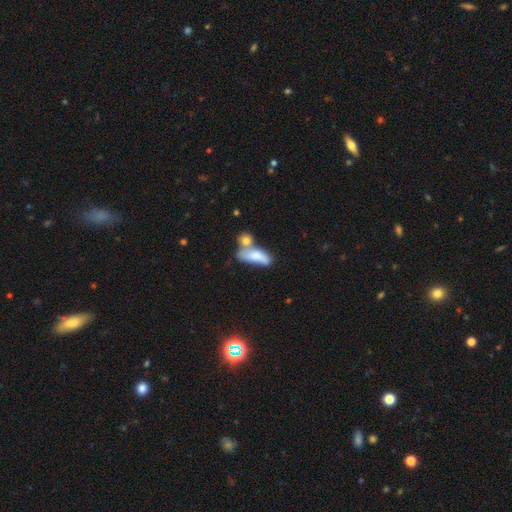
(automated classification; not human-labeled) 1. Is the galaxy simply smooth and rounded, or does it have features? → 72% smooth, 21% featured or disk, 8% star or artifact.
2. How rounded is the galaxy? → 66% in between, 30% cigar-shaped, 4% round.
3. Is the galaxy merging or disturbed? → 47% merger, 27% none, 15% minor disturbance, 11% major disturbance.